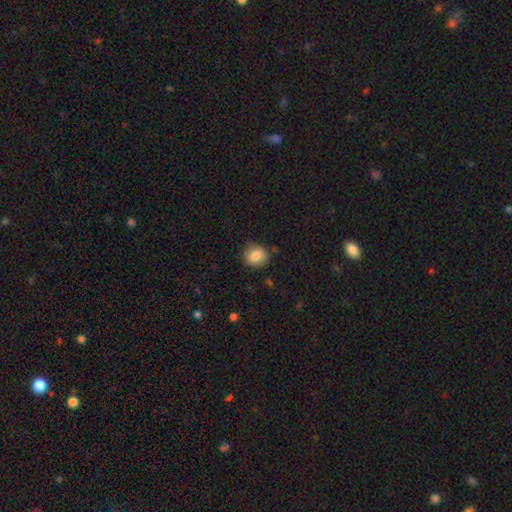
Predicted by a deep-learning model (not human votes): This appears to be a smooth galaxy with no disk features (84%) that is round (75%). Merging: none (79%).